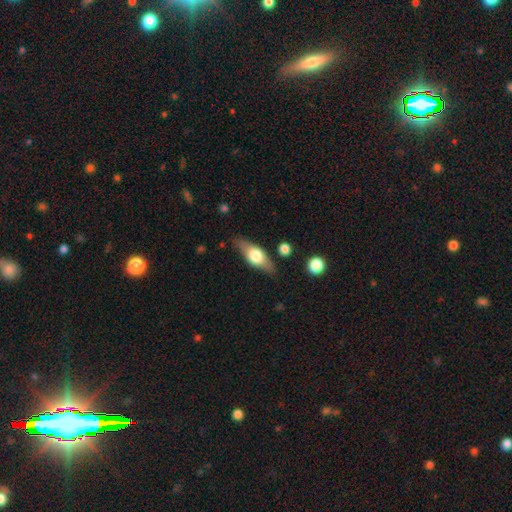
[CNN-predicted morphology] Overall: smooth (51%; featured or disk 43%). How rounded: in between (67%; cigar-shaped 28%). Merging: none (79%).